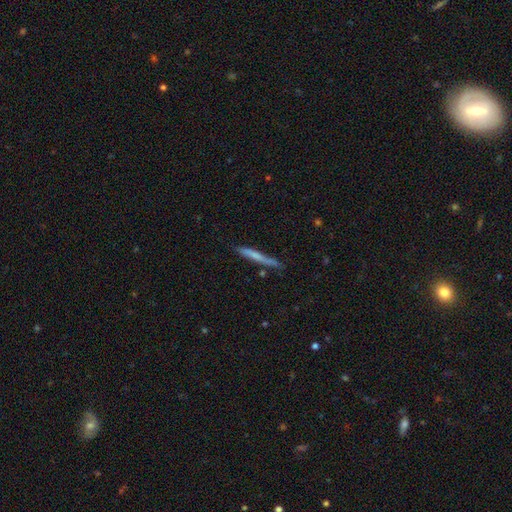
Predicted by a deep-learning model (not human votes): This is possibly a smooth galaxy (55%). How rounded: clearly cigar-shaped (96%). Merging: likely none (80%).